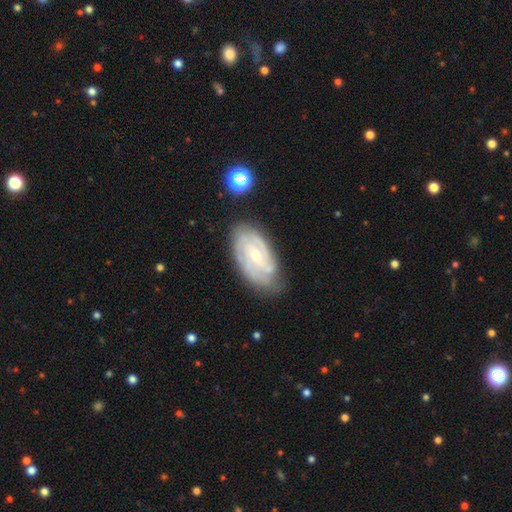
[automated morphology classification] Smooth or featured? Predicted: featured or disk (p=0.81). Edge-on disk? Predicted: no (p=0.95). Bar? Predicted: no (p=0.48). Spiral arms? Predicted: yes (p=0.94). Spiral winding? Predicted: tight (p=0.66). Spiral arm count? Predicted: 2 (p=0.32). Bulge size? Predicted: small (p=0.65). Merging? Predicted: none (p=0.72).